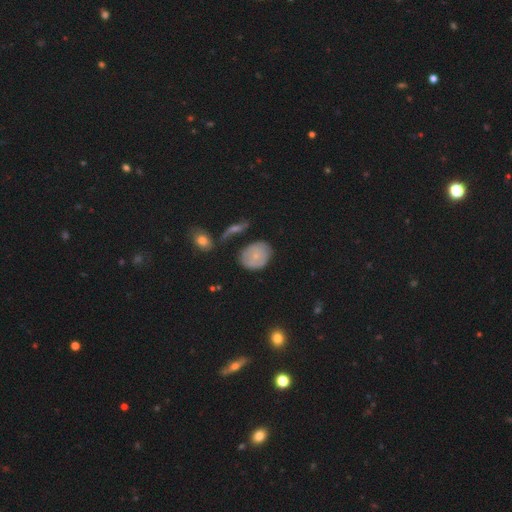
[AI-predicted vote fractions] Smooth or featured? Predicted: smooth (p=0.58). How rounded? Predicted: in between (p=0.51). Merging? Predicted: none (p=0.58).